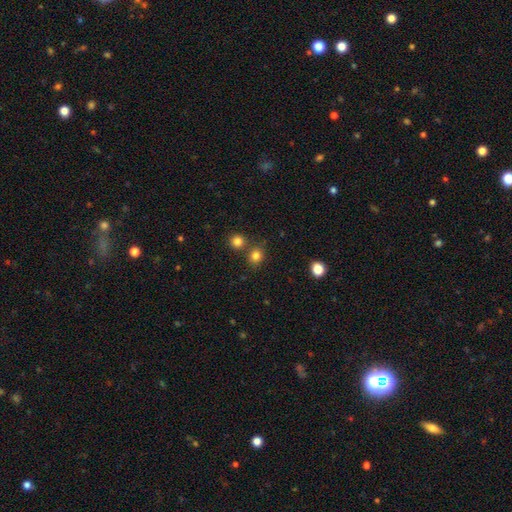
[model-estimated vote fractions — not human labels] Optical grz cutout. It shows a smooth galaxy with no disk features (80%) that is round (78%). Merging: none (72%).